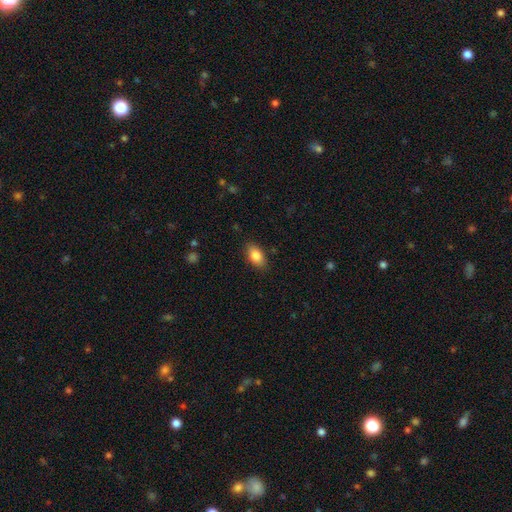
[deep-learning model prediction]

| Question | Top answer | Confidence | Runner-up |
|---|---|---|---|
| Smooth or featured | smooth | 85% | featured or disk (8%) |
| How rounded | in between | 90% | round (7%) |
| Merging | none | 86% | minor disturbance (11%) |